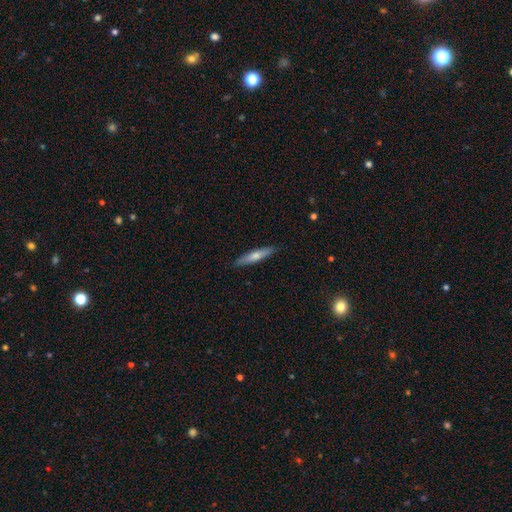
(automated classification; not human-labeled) smooth-or-featured: smooth: 60% | featured or disk: 34% | star or artifact: 5%
  how-rounded: cigar-shaped: 87% | in between: 12% | round: 1%
  merging: none: 88% | minor disturbance: 9% | major disturbance: 2% | merger: 1%